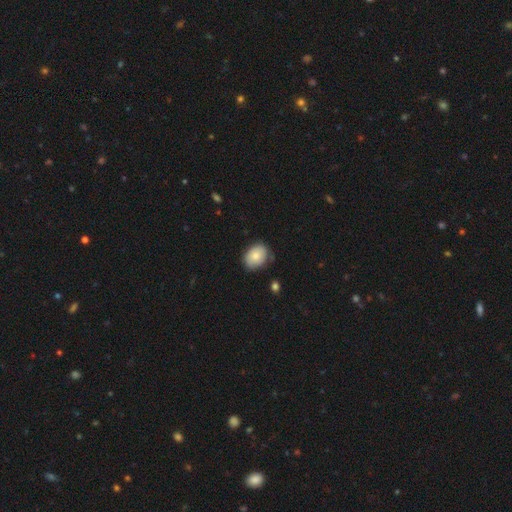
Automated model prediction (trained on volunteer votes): A smooth galaxy with no disk features (81%) that is in between round and cigar-shaped (65%). Merging: none (75%).